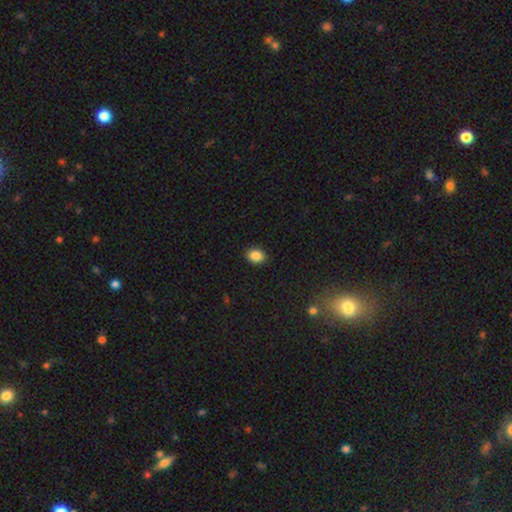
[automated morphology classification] This appears to be a smooth galaxy with no disk features (86%) that is in between round and cigar-shaped (64%). Merging: none (90%).